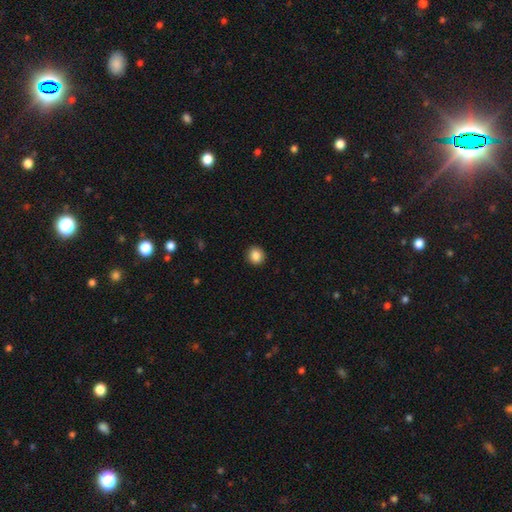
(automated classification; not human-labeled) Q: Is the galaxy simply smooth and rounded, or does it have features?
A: smooth — 87%.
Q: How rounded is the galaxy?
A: round — 85%.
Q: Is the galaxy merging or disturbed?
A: none — 91%.